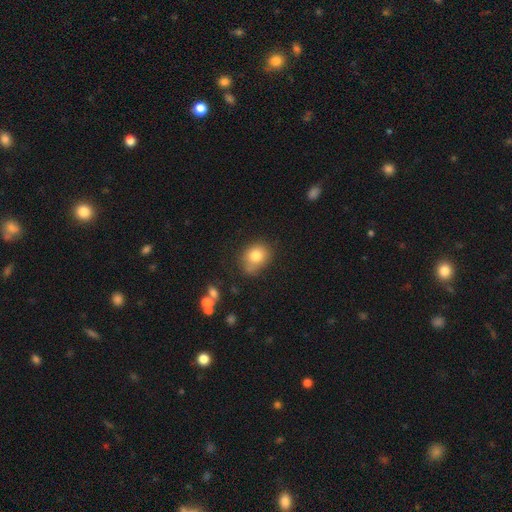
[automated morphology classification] Overall: smooth (79%). How rounded: round (57%; in between 42%). Merging: none (61%; minor disturbance 24%).